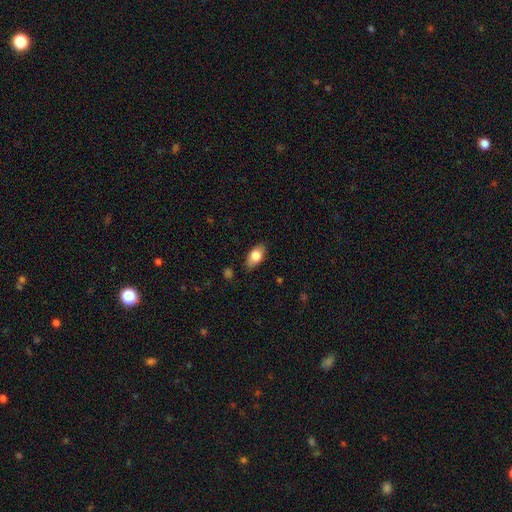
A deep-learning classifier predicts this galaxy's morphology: Q: Smooth or featured?
A: smooth (77%); runner-up: featured or disk (16%)
Q: How rounded?
A: in between (90%); runner-up: round (5%)
Q: Merging?
A: none (83%); runner-up: minor disturbance (13%)